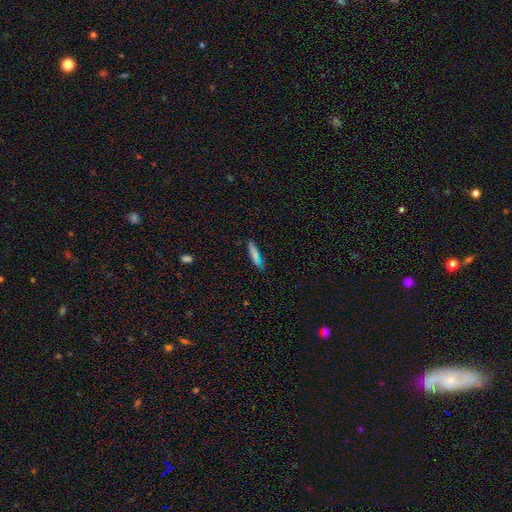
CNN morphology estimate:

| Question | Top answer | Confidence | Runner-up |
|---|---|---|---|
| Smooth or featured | smooth | 77% | featured or disk (14%) |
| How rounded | cigar-shaped | 83% | in between (15%) |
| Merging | none | 81% | minor disturbance (14%) |